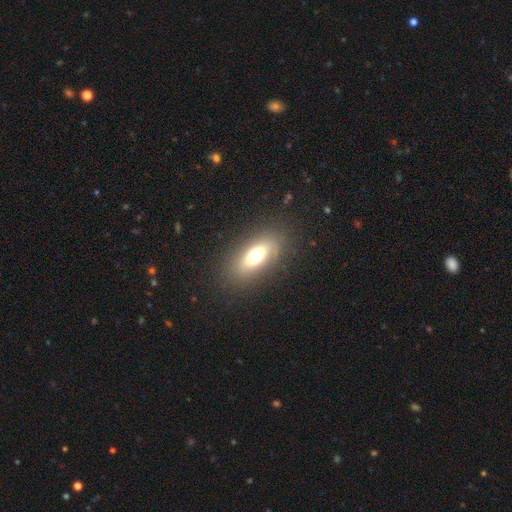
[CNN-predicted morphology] Smooth or featured? Predicted: smooth (p=0.61). How rounded? Predicted: in between (p=0.73). Merging? Predicted: none (p=0.83).